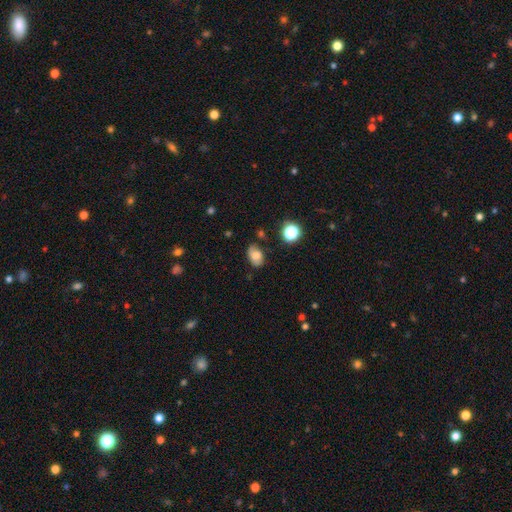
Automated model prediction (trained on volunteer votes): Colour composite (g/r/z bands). It shows a smooth galaxy with no disk features (62%) that is in between round and cigar-shaped (80%). Merging: none (62%).